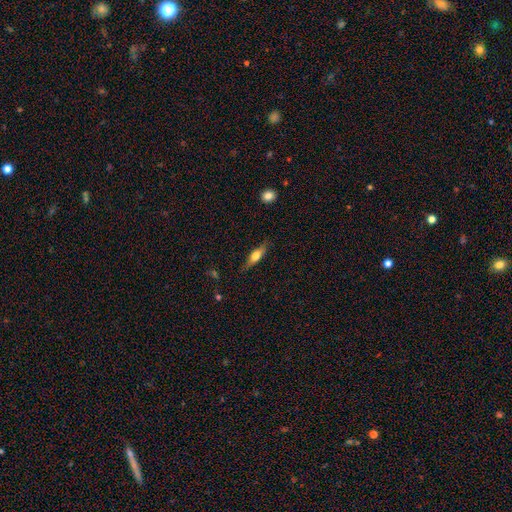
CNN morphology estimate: Overall: smooth (50%; featured or disk 44%). Merging: none (80%).